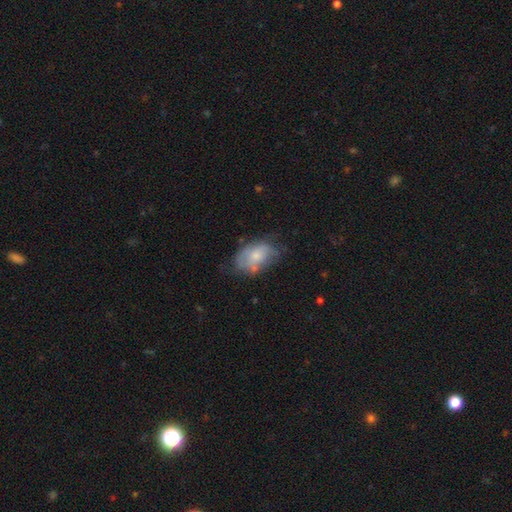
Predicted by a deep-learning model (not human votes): Smooth or featured: smooth — 55% (featured or disk — 37%)
How rounded: in between — 88% (round — 10%)
Merging: none — 43% (minor disturbance — 34%)